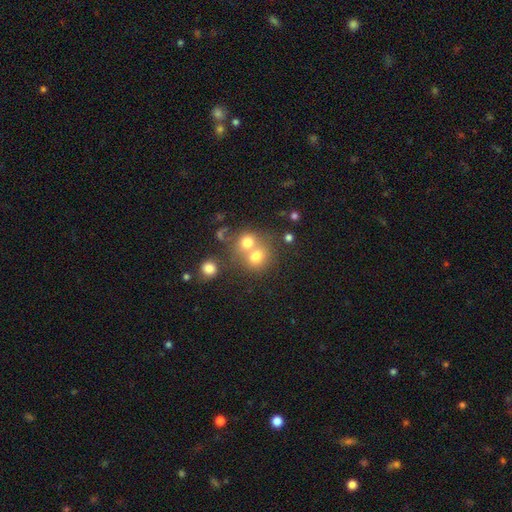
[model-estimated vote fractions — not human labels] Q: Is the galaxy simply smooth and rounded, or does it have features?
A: smooth — 71%.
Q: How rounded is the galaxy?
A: round — 76%.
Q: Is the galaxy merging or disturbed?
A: merger — 53%.